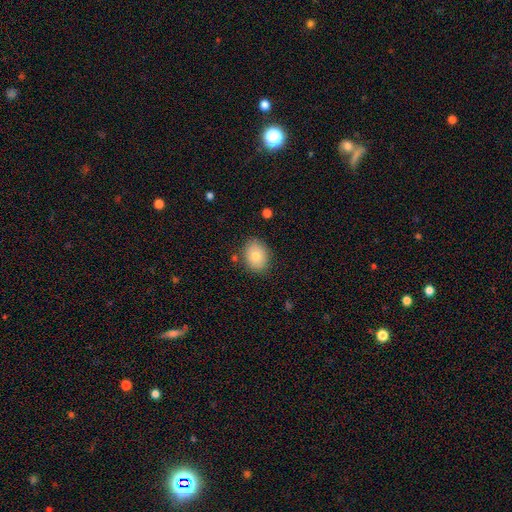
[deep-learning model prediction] smooth 77%, featured or disk 15%, star or artifact 9%. Down the decision tree: how rounded — in between (63%); merging — none (84%).